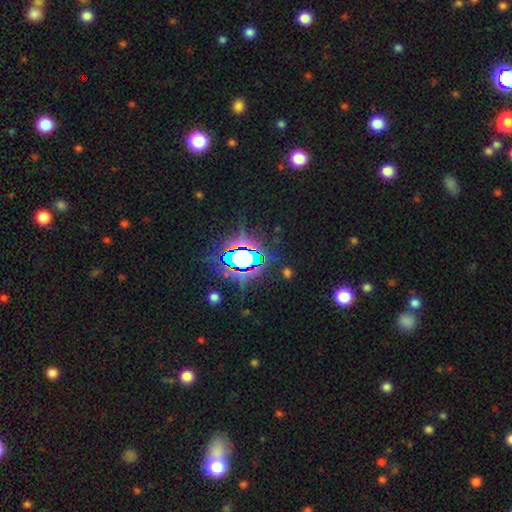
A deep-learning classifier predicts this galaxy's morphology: type=star or artifact (80%).